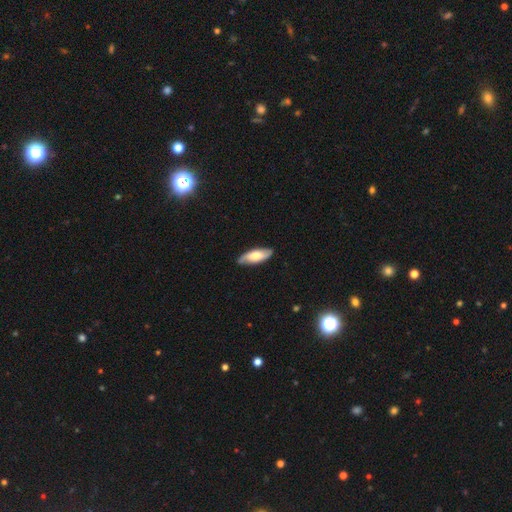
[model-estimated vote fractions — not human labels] A smooth galaxy with no disk features (54%) that is in between round and cigar-shaped (65%). Merging: none (85%).